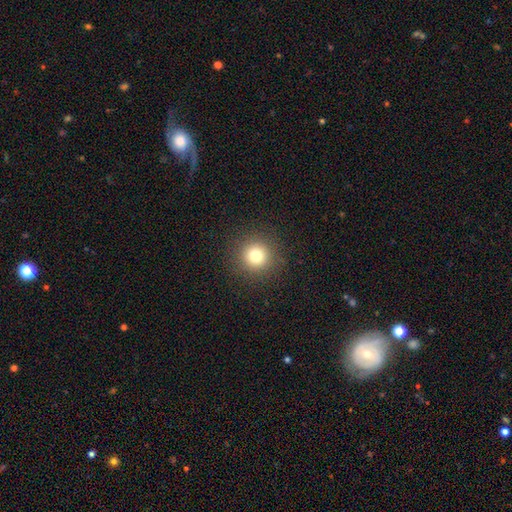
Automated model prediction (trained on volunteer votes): Smooth or featured: smooth — 78% (star or artifact — 14%)
How rounded: round — 95% (in between — 4%)
Merging: none — 91% (minor disturbance — 6%)